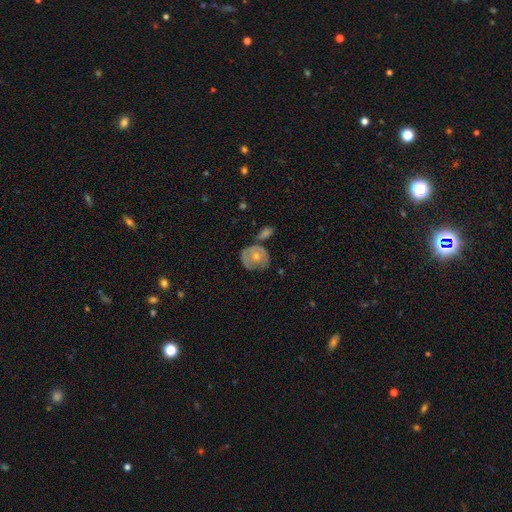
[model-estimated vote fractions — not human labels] Smooth or featured?
  - smooth: 48% *
  - featured or disk: 45%
  - star or artifact: 7%
Merging?
  - none: 50% *
  - minor disturbance: 26%
  - merger: 14%
  - major disturbance: 10%